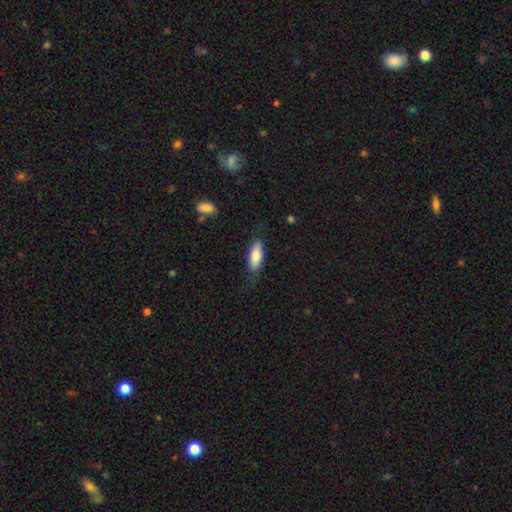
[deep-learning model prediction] The model was most divided on "how rounded": in between: 75%, cigar-shaped: 23%, round: 2%. More confident: smooth or featured — smooth (81%); merging — none (78%).